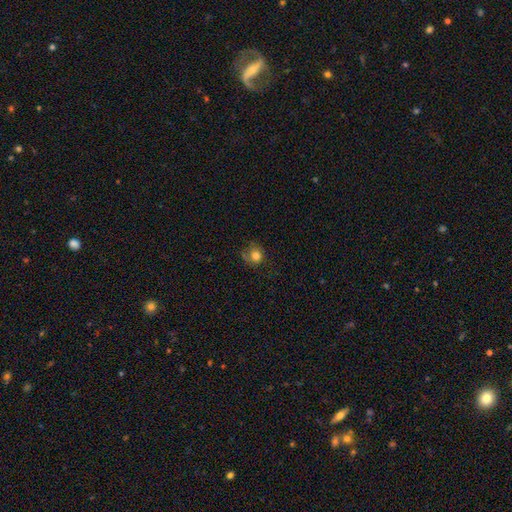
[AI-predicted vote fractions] smooth_or_featured: smooth (p=0.76) [alt: featured or disk p=0.12]
how_rounded: round (p=0.80) [alt: in between p=0.19]
merging: none (p=0.56) [alt: minor disturbance p=0.26]